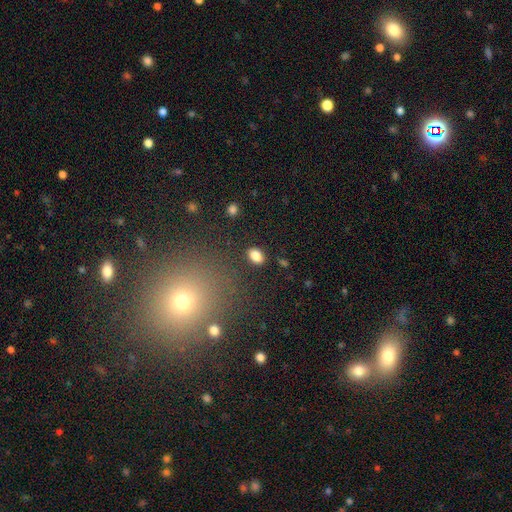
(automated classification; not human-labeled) A smooth galaxy with no disk features (84%) that is in between round and cigar-shaped (81%).

Vote fractions:
- Smooth or featured? smooth: 84% / star or artifact: 10% / featured or disk: 6%
- How rounded? in between: 81% / round: 17% / cigar-shaped: 1%
- Merging? none: 86% / minor disturbance: 9% / major disturbance: 3% / merger: 2%